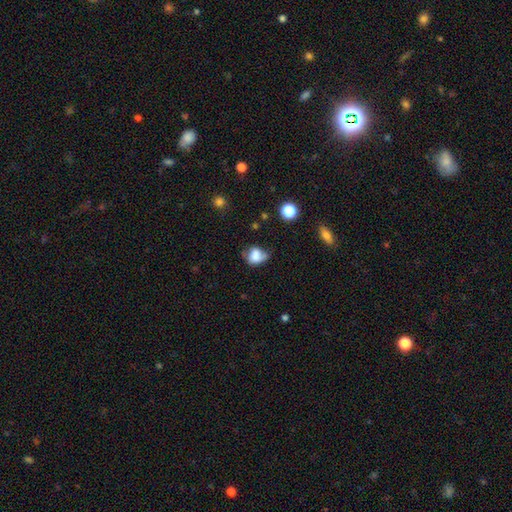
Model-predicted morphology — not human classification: Smooth or featured?
  - smooth: 69% *
  - featured or disk: 19%
  - star or artifact: 11%
How rounded?
  - in between: 51% *
  - round: 47%
  - cigar-shaped: 1%
Merging?
  - none: 33% *
  - minor disturbance: 32%
  - major disturbance: 21%
  - merger: 14%